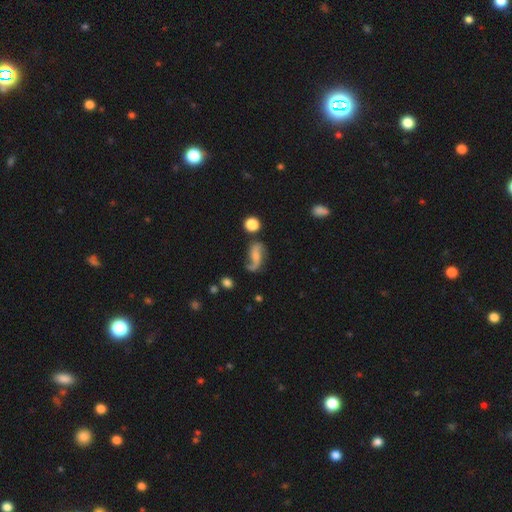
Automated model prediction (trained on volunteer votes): Smooth or featured?
  - featured or disk: 78% *
  - smooth: 14%
  - star or artifact: 8%
Edge-on disk?
  - no: 96% *
  - yes: 4%
Bar?
  - no: 48% *
  - weak: 37%
  - strong: 15%
Spiral arms?
  - yes: 95% *
  - no: 5%
Spiral winding?
  - loose: 82% *
  - medium: 15%
  - tight: 4%
Spiral arm count?
  - 2: 89% *
  - 1: 6%
  - can't tell: 2%
  - 3: 1%
  - 4: 1%
  - more than 4: 1%
Bulge size?
  - small: 36% *
  - none: 32%
  - moderate: 24%
  - large: 6%
  - dominant: 2%
Merging?
  - none: 64% *
  - minor disturbance: 18%
  - major disturbance: 12%
  - merger: 6%